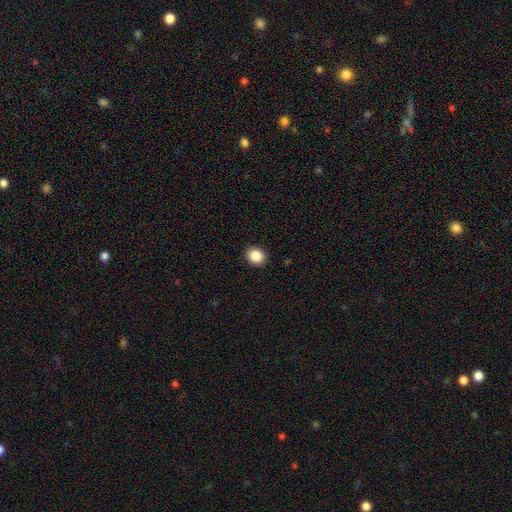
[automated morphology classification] Smooth or featured? smooth (87%)
How rounded? round (71%)
Merging? none (91%)